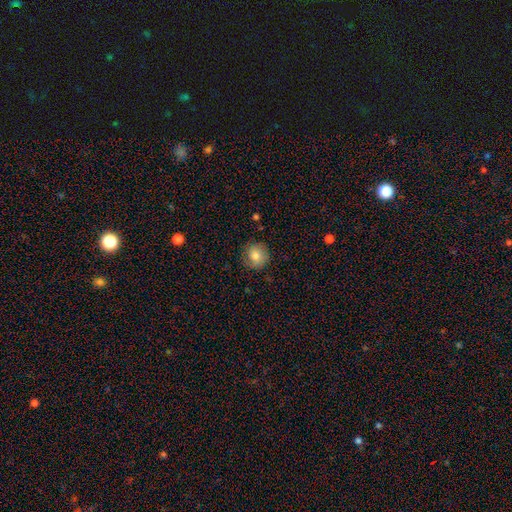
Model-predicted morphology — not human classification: Smooth or featured? smooth (75%)
How rounded? round (90%)
Merging? none (82%)